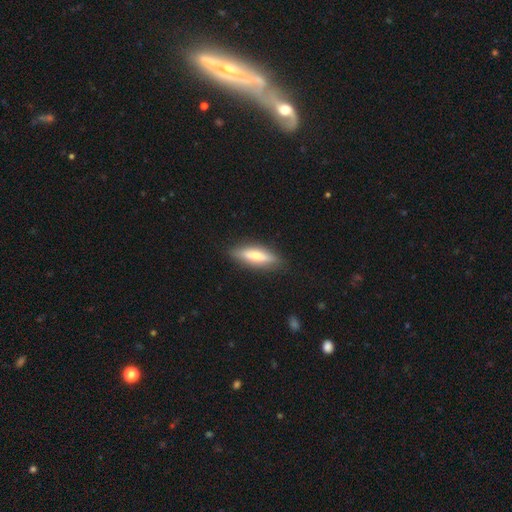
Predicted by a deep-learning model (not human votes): Smooth or featured: smooth — 55% (featured or disk — 40%)
How rounded: cigar-shaped — 62% (in between — 36%)
Merging: none — 88% (minor disturbance — 9%)